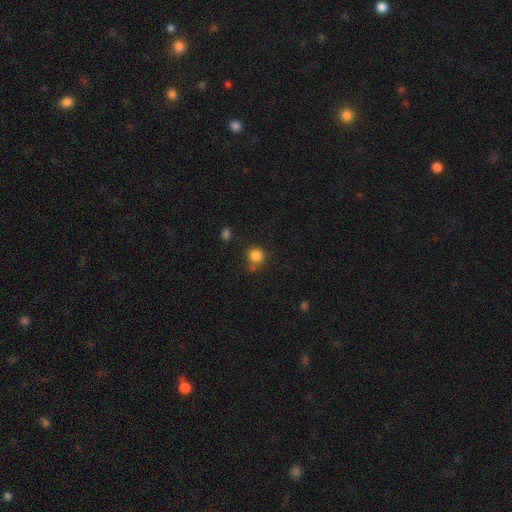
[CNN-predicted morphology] Smooth or featured?
  - smooth: 84% *
  - star or artifact: 11%
  - featured or disk: 5%
How rounded?
  - round: 89% *
  - in between: 10%
  - cigar-shaped: 1%
Merging?
  - none: 69% *
  - minor disturbance: 15%
  - merger: 11%
  - major disturbance: 5%